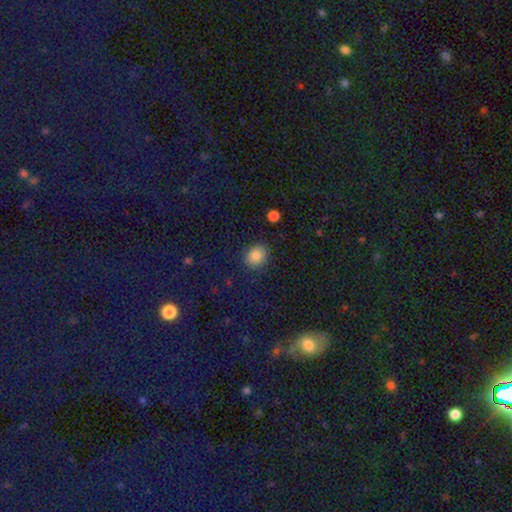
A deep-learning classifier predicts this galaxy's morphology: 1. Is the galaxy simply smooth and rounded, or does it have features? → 83% smooth, 11% star or artifact, 6% featured or disk.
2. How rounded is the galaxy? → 63% round, 36% in between, 1% cigar-shaped.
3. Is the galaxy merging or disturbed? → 84% none, 11% minor disturbance, 3% major disturbance, 2% merger.